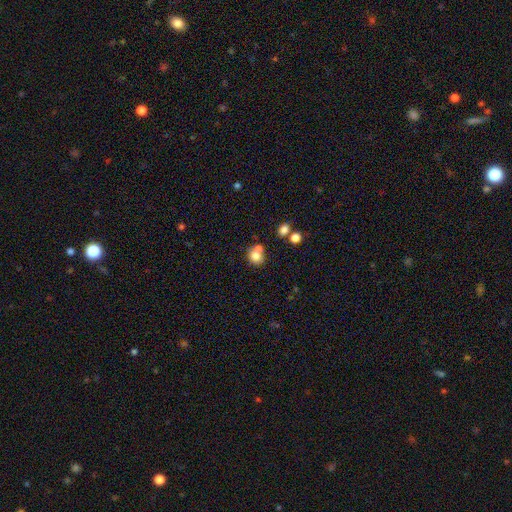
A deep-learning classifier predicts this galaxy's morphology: Smooth or featured?
  - smooth: 77% *
  - featured or disk: 12%
  - star or artifact: 12%
How rounded?
  - round: 77% *
  - in between: 22%
  - cigar-shaped: 1%
Merging?
  - none: 48% *
  - merger: 38%
  - minor disturbance: 10%
  - major disturbance: 4%